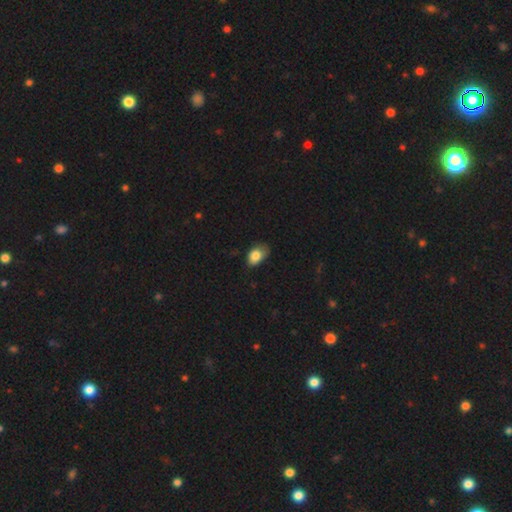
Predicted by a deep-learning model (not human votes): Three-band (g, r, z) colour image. It shows a smooth galaxy with no disk features (82%) that is in between round and cigar-shaped (83%). Merging: none (48%).